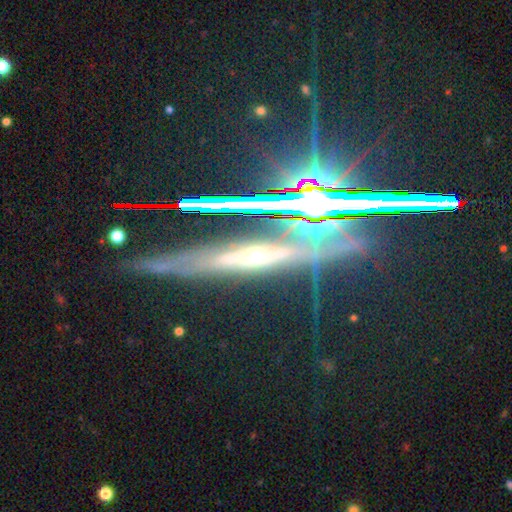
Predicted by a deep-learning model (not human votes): The model was most divided on "smooth or featured": featured or disk: 51%, star or artifact: 34%, smooth: 15%. More confident: edge-on disk — yes (74%); merging — none (70%).